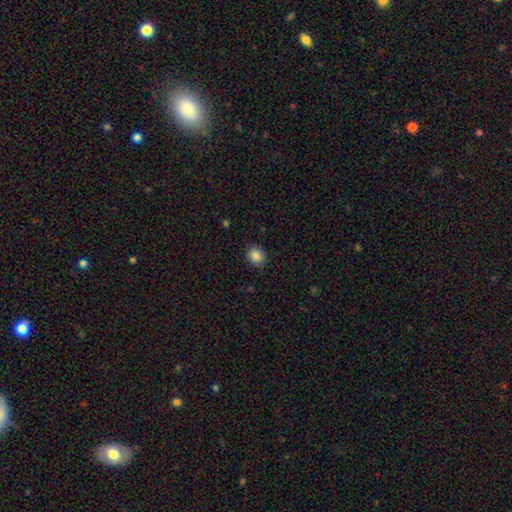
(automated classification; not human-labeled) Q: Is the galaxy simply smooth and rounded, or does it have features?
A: smooth — 86%.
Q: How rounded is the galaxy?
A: round — 57%.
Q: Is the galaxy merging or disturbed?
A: none — 88%.